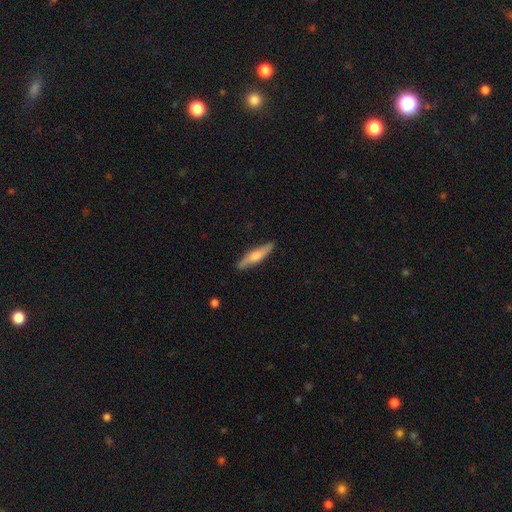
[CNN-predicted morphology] The model was most divided on "smooth or featured": smooth: 56%, featured or disk: 38%, star or artifact: 5%. More confident: merging — none (87%); how rounded — cigar-shaped (81%).